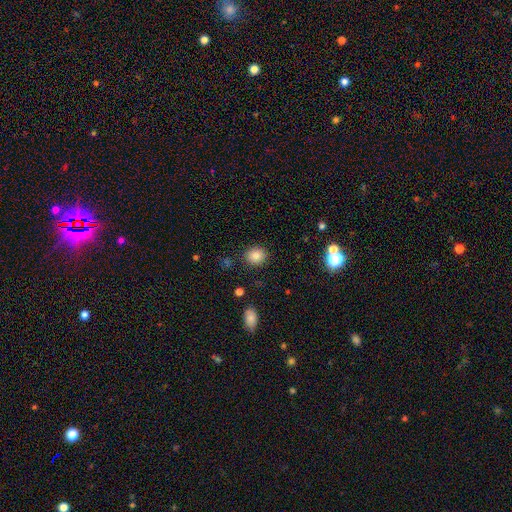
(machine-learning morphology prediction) The model was most divided on "how rounded": round: 75%, in between: 24%, cigar-shaped: 1%. More confident: merging — none (88%); smooth or featured — smooth (82%).